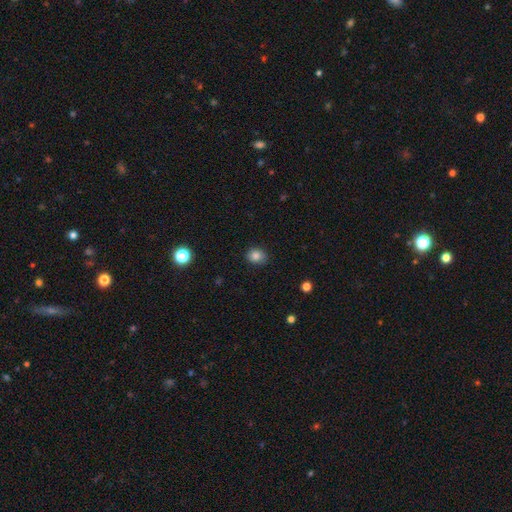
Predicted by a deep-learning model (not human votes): Overall: smooth (84%). How rounded: round (65%; in between 34%). Merging: none (80%).